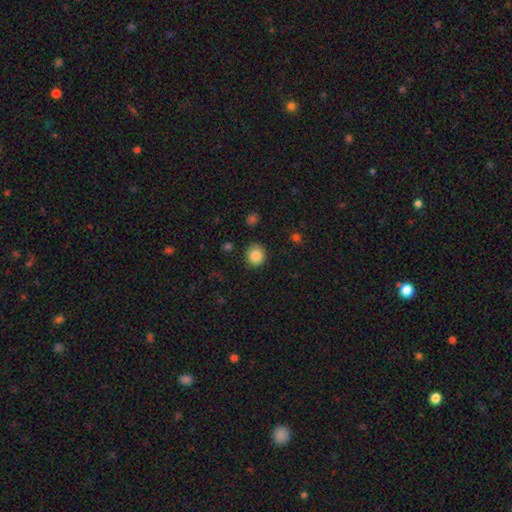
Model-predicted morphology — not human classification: This appears to be a smooth galaxy with no disk features (86%) that is round (85%). Merging: none (87%).